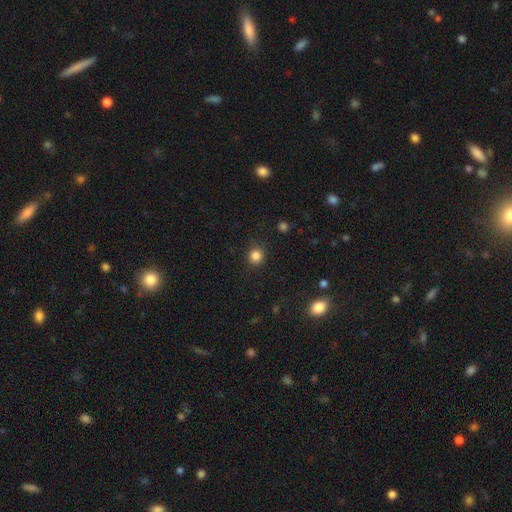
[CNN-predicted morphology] smooth 84%, star or artifact 12%, featured or disk 4%. Down the decision tree: how rounded — round (87%); merging — none (87%).